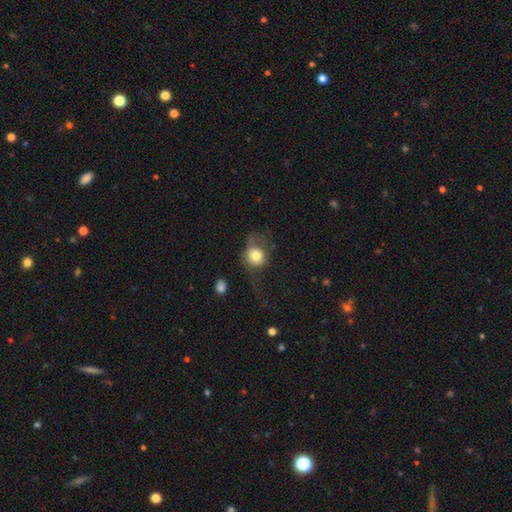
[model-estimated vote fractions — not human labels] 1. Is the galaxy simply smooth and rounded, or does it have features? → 76% smooth, 15% featured or disk, 9% star or artifact.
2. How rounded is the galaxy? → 74% round, 24% in between, 1% cigar-shaped.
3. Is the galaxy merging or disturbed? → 38% none, 36% major disturbance, 23% minor disturbance, 3% merger.